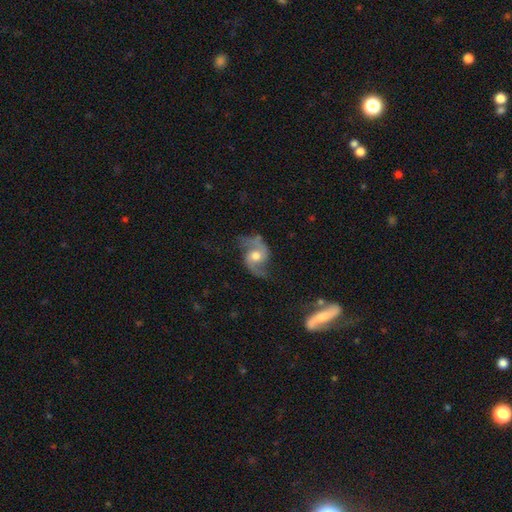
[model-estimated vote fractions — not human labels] The model was most divided on "spiral winding": loose: 51%, medium: 39%, tight: 9%. More confident: edge-on disk — no (97%); spiral arms — yes (96%); spiral arm count — 2 (93%); smooth or featured — featured or disk (87%); bulge size — moderate (72%); merging — none (68%); bar — no (62%).